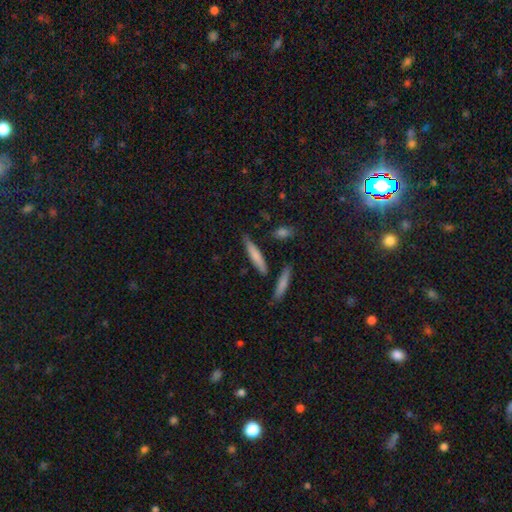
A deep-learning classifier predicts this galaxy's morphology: Q: Smooth or featured?
A: smooth (72%); runner-up: featured or disk (21%)
Q: How rounded?
A: cigar-shaped (85%); runner-up: in between (13%)
Q: Merging?
A: none (79%); runner-up: minor disturbance (13%)